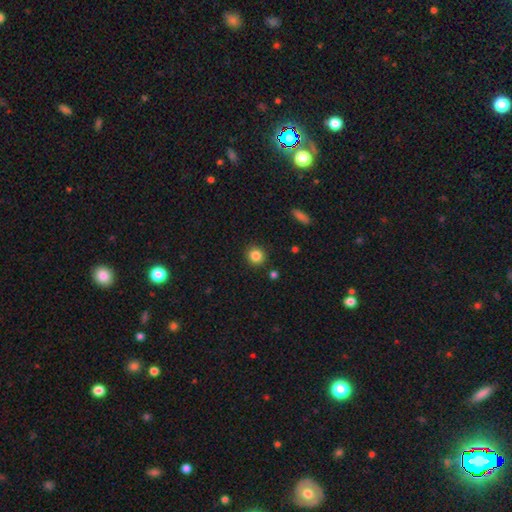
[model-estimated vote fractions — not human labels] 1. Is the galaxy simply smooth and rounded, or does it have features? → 85% smooth, 11% star or artifact, 5% featured or disk.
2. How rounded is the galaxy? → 91% round, 8% in between, 1% cigar-shaped.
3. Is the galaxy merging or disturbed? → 90% none, 6% minor disturbance, 2% major disturbance, 2% merger.